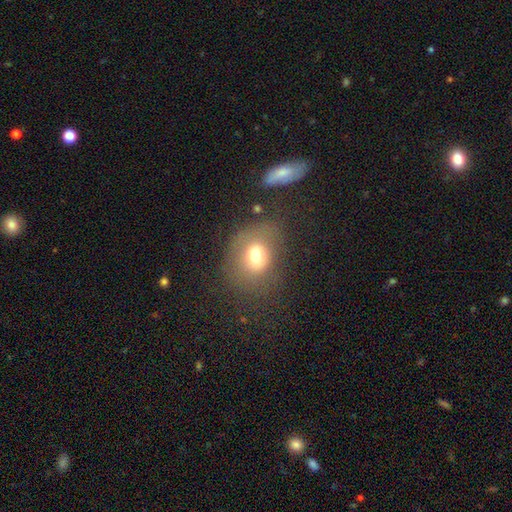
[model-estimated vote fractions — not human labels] A smooth galaxy with no disk features (70%) that is round (53%).

Vote fractions:
- Smooth or featured? smooth: 70% / featured or disk: 16% / star or artifact: 14%
- How rounded? round: 53% / in between: 46% / cigar-shaped: 1%
- Merging? none: 62% / minor disturbance: 20% / major disturbance: 16% / merger: 3%